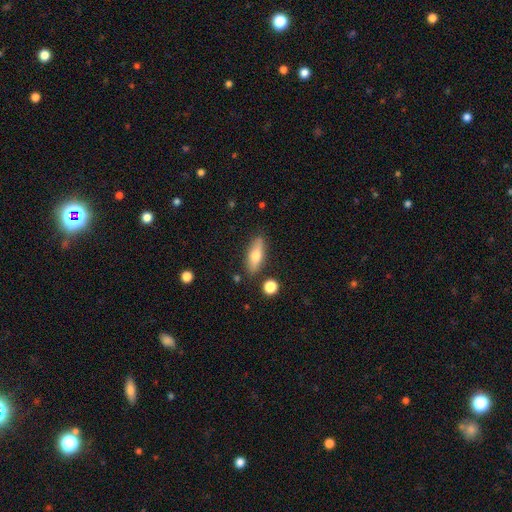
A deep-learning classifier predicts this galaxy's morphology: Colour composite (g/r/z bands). It shows a smooth galaxy with no disk features (65%) that is in between round and cigar-shaped (63%). Merging: none (83%).